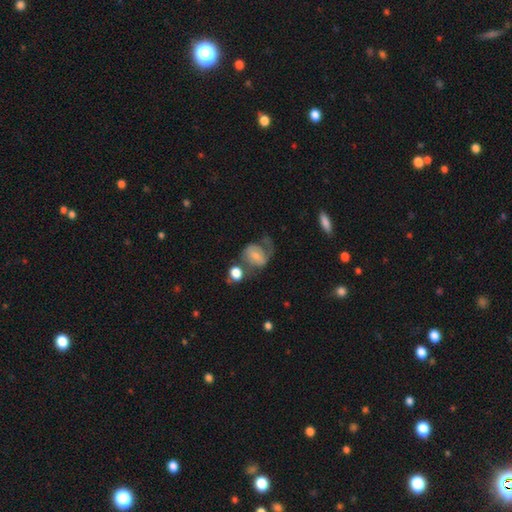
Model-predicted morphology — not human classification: Smooth or featured: featured or disk — 54% (smooth — 38%)
Edge-on disk: no — 97% (yes — 3%)
Bar: weak — 41% (no — 39%)
Spiral arms: yes — 78% (no — 22%)
Bulge size: small — 51% (moderate — 34%)
Merging: none — 35% (major disturbance — 27%)